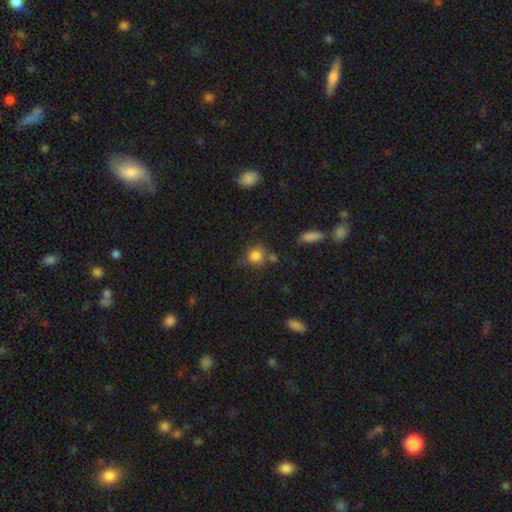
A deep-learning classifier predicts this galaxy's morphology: Overall: smooth (82%). How rounded: round (83%). Merging: none (62%).